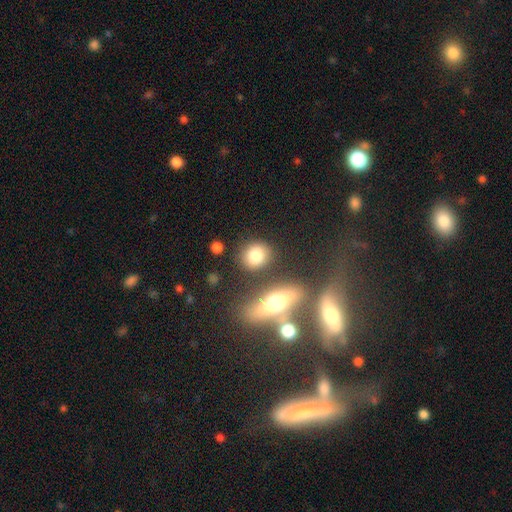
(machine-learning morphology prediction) Smooth or featured?
  - smooth: 79% *
  - featured or disk: 11%
  - star or artifact: 10%
How rounded?
  - round: 66% *
  - in between: 31%
  - cigar-shaped: 3%
Merging?
  - none: 77% *
  - minor disturbance: 11%
  - merger: 8%
  - major disturbance: 4%